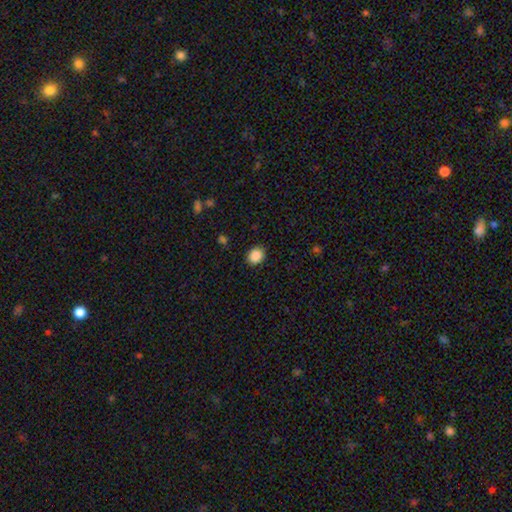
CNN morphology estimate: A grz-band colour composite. It shows a smooth galaxy with no disk features (88%) that is round (64%). Merging: none (88%).